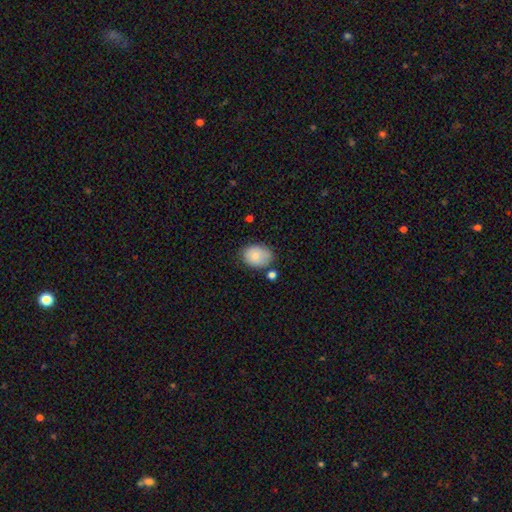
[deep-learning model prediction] A smooth galaxy with no disk features (83%) that is in between round and cigar-shaped (69%). Merging: none (65%).